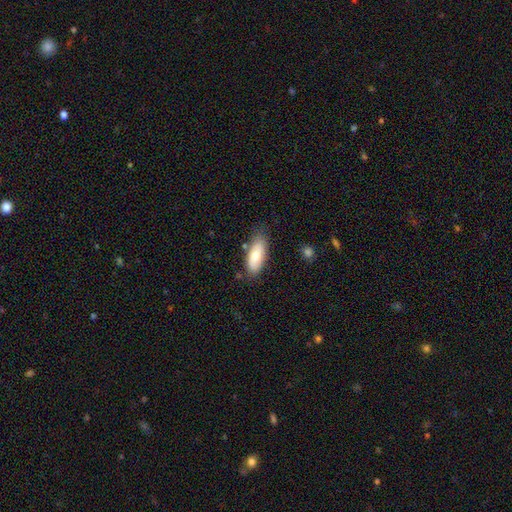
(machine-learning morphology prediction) A smooth galaxy with no disk features (74%) that is in between round and cigar-shaped (82%). Merging: none (75%).